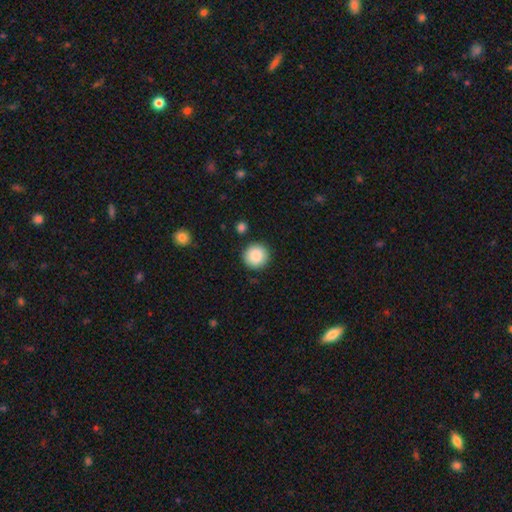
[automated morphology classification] Smooth or featured? Predicted: smooth (p=0.88). How rounded? Predicted: round (p=0.95). Merging? Predicted: none (p=0.90).